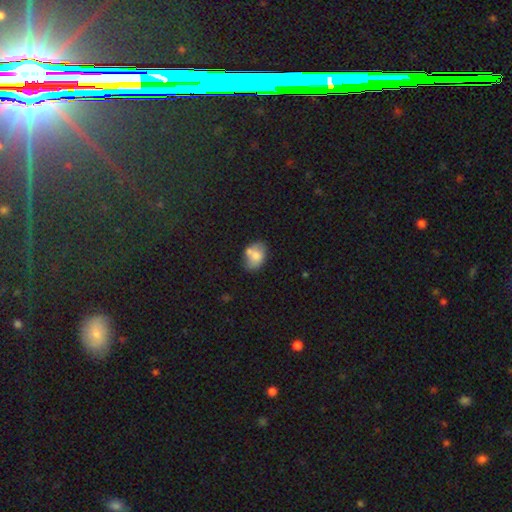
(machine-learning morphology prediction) Smooth or featured? smooth (71%)
How rounded? in between (78%)
Merging? none (47%)